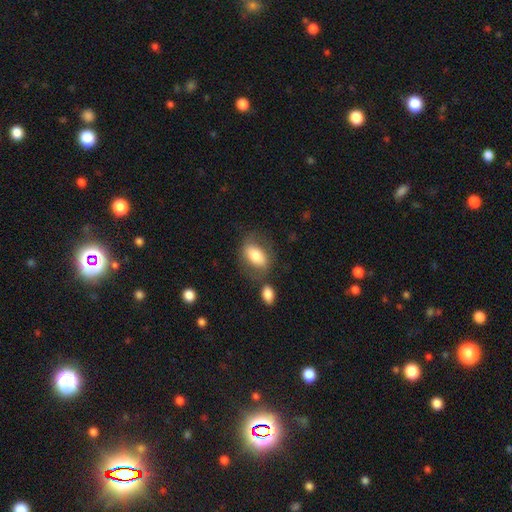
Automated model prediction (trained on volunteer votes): A smooth galaxy with no disk features (72%) that is in between round and cigar-shaped (87%).

Vote fractions:
- Smooth or featured? smooth: 72% / featured or disk: 21% / star or artifact: 7%
- How rounded? in between: 87% / round: 9% / cigar-shaped: 3%
- Merging? none: 61% / minor disturbance: 17% / merger: 14% / major disturbance: 9%